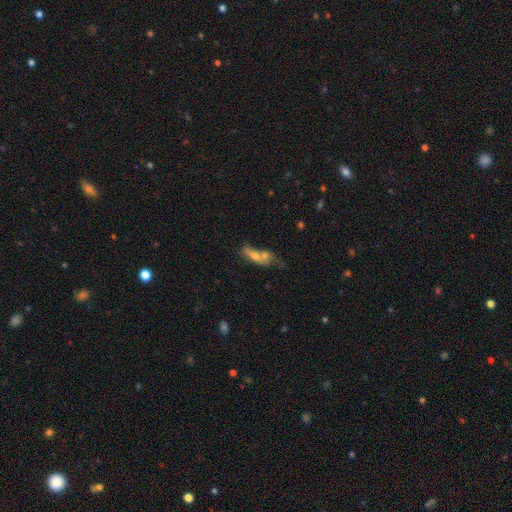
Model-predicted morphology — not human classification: smooth 51%, featured or disk 38%, star or artifact 11%. Down the decision tree: how rounded — in between (59%); merging — merger (62%).